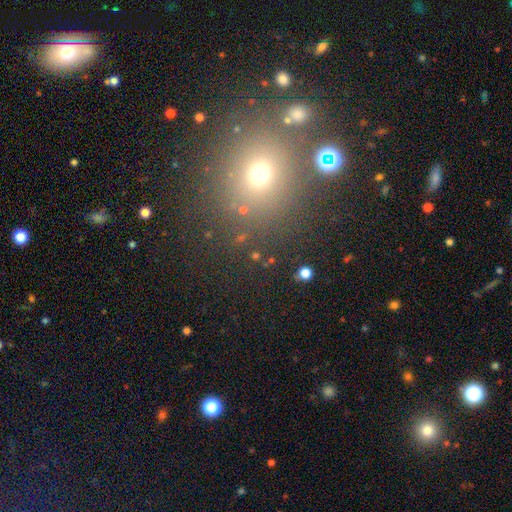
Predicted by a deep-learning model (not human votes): Smooth or featured: smooth — 48% (star or artifact — 40%)
Merging: none — 79% (minor disturbance — 9%)